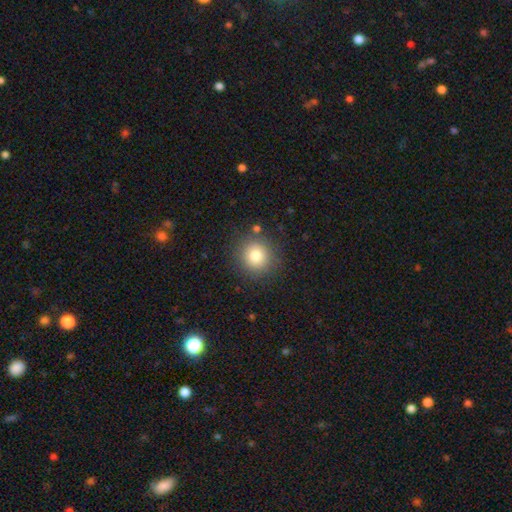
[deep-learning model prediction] Overall: smooth (79%). How rounded: round (91%). Merging: none (86%).